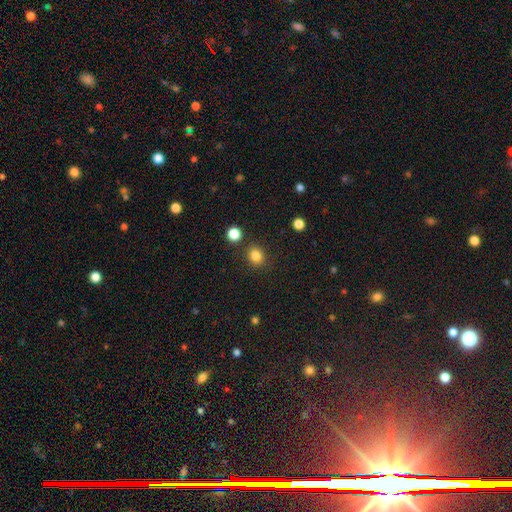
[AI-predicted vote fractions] A smooth galaxy with no disk features (83%) that is round (74%). Merging: none (86%).